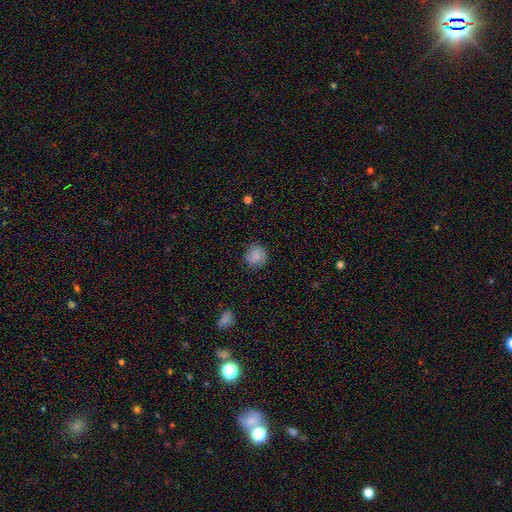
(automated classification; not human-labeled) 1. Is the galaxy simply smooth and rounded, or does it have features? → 82% smooth, 10% featured or disk, 9% star or artifact.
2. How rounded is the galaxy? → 88% round, 11% in between, 1% cigar-shaped.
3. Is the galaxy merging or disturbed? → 85% none, 11% minor disturbance, 3% major disturbance, 1% merger.